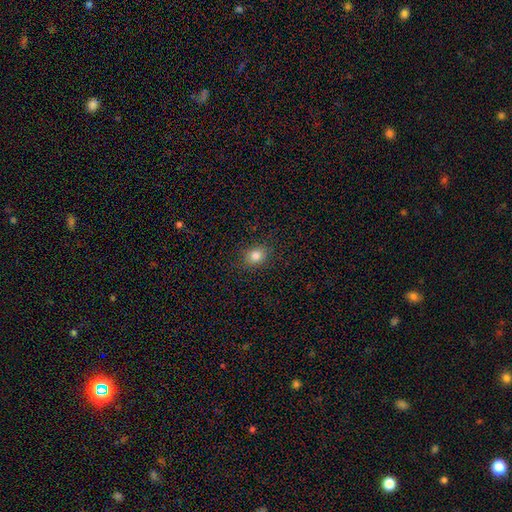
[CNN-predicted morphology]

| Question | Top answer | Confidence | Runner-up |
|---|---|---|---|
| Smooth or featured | smooth | 83% | star or artifact (12%) |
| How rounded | round | 60% | in between (39%) |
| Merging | none | 87% | minor disturbance (9%) |